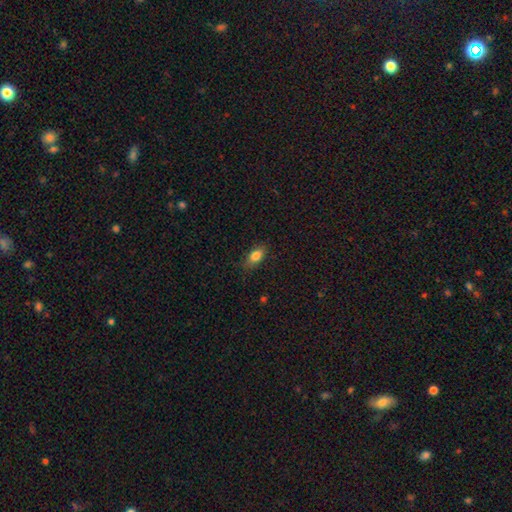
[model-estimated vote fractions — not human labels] A smooth galaxy with no disk features (83%) that is in between round and cigar-shaped (84%).

Vote fractions:
- Smooth or featured? smooth: 83% / featured or disk: 9% / star or artifact: 8%
- How rounded? in between: 84% / cigar-shaped: 8% / round: 7%
- Merging? none: 80% / minor disturbance: 15% / major disturbance: 3% / merger: 1%